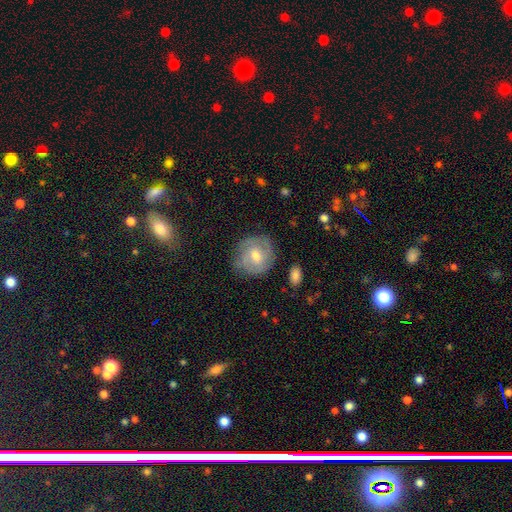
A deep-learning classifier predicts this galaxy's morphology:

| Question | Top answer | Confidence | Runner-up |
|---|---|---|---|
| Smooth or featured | featured or disk | 66% | smooth (27%) |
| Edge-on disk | no | 97% | yes (3%) |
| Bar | no | 57% | weak (37%) |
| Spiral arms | yes | 85% | no (15%) |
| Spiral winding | tight | 59% | medium (32%) |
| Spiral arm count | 2 | 38% | can't tell (32%) |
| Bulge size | moderate | 65% | small (30%) |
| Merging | none | 76% | minor disturbance (18%) |